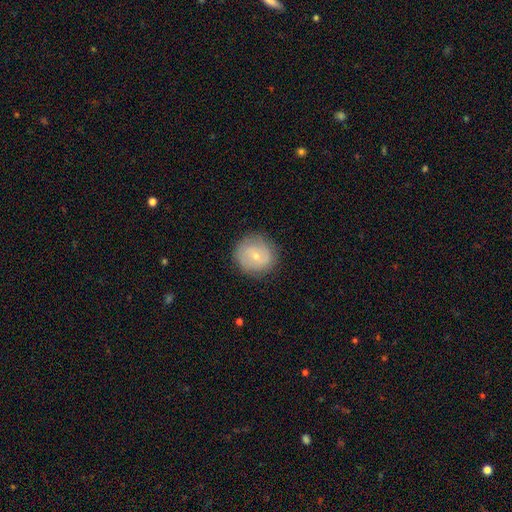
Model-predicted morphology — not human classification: Overall: smooth (52%; featured or disk 40%). How rounded: round (91%). Merging: none (84%).